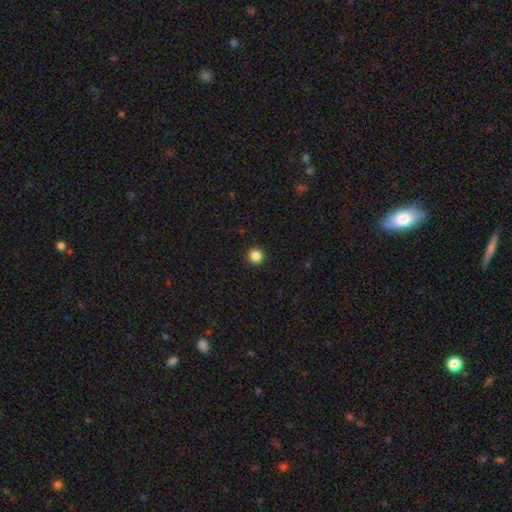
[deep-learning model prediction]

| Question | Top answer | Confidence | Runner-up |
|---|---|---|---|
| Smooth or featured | smooth | 86% | star or artifact (11%) |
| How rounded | round | 95% | in between (4%) |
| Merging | none | 93% | minor disturbance (4%) |